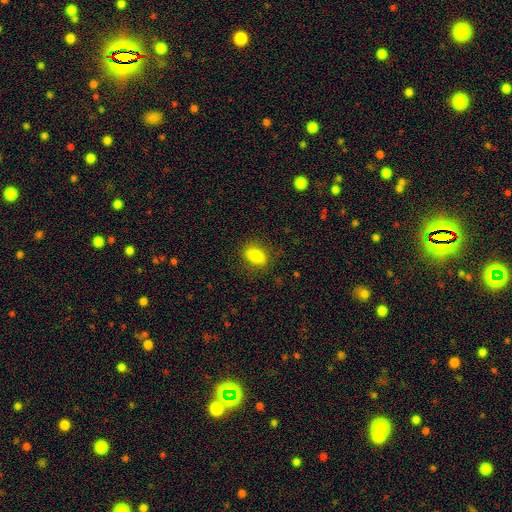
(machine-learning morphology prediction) Smooth or featured? Predicted: smooth (p=0.83). How rounded? Predicted: in between (p=0.83). Merging? Predicted: none (p=0.84).